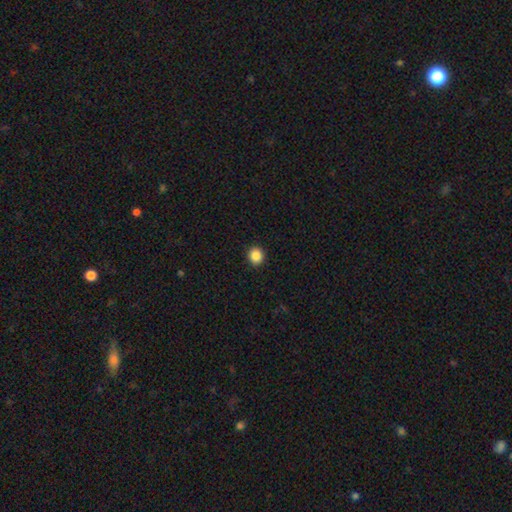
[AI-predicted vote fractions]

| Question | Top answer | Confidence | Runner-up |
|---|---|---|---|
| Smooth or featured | smooth | 87% | star or artifact (10%) |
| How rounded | round | 90% | in between (9%) |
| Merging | none | 93% | minor disturbance (5%) |